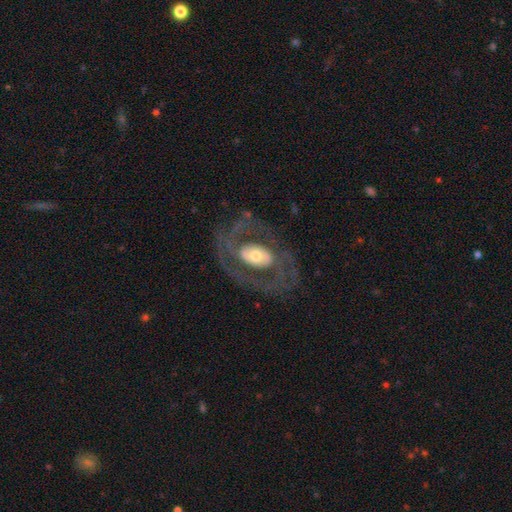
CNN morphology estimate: This is clearly a featured or disk galaxy (81%). It is clearly not viewed edge-on (95%). Bar: possibly no (50%). Spiral arm pattern: likely yes (79%). Spiral arm count: likely 2 (70%). Spiral winding: possibly medium (45%). Central bulge: possibly moderate (54%). Merging: likely none (68%).